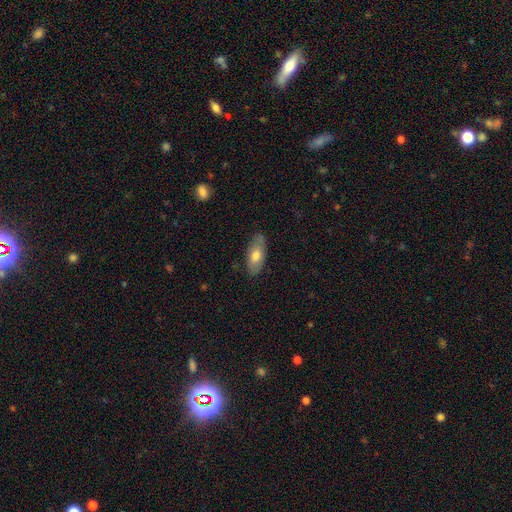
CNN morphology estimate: smooth-or-featured: smooth: 69% | featured or disk: 25% | star or artifact: 6%
  how-rounded: in between: 86% | cigar-shaped: 12% | round: 2%
  merging: none: 82% | minor disturbance: 14% | major disturbance: 3% | merger: 1%